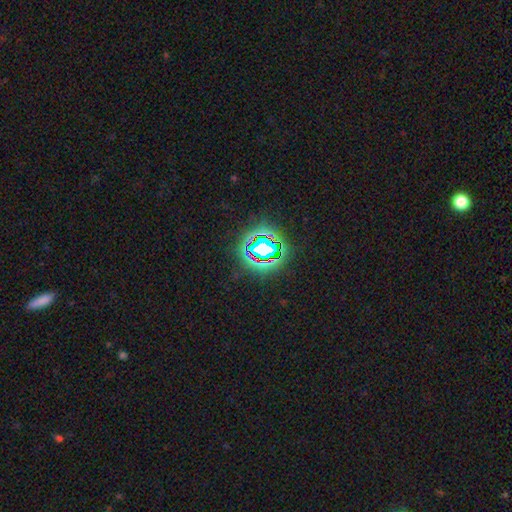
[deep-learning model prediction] This is likely a star or artifact rather than a galaxy (76%).